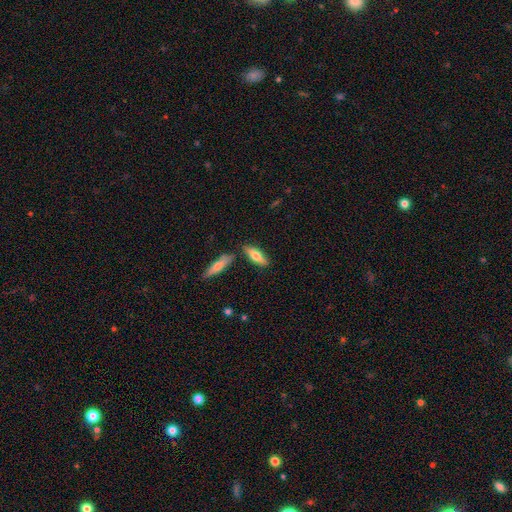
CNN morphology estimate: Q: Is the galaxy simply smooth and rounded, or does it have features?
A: smooth — 62%.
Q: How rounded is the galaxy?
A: in between — 50%.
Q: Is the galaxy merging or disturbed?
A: none — 77%.